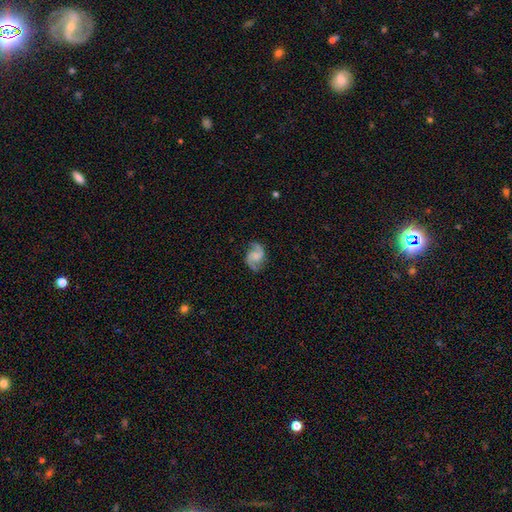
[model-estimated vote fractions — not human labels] The model was most divided on "bulge size": none: 42%, small: 27%, moderate: 23%, large: 7%, dominant: 2%. More confident: edge-on disk — no (98%); spiral arms — yes (98%); spiral arm count — 2 (93%); smooth or featured — featured or disk (86%); merging — none (81%); bar — no (56%); spiral winding — medium (53%).